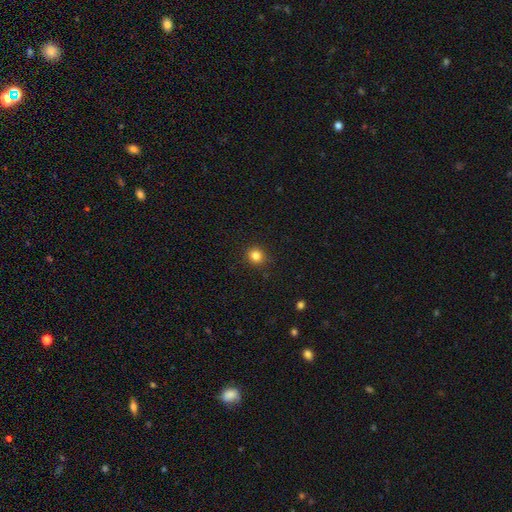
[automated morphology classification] Smooth or featured?
  - smooth: 83% *
  - star or artifact: 12%
  - featured or disk: 5%
How rounded?
  - round: 88% *
  - in between: 11%
  - cigar-shaped: 1%
Merging?
  - none: 90% *
  - minor disturbance: 7%
  - major disturbance: 2%
  - merger: 1%